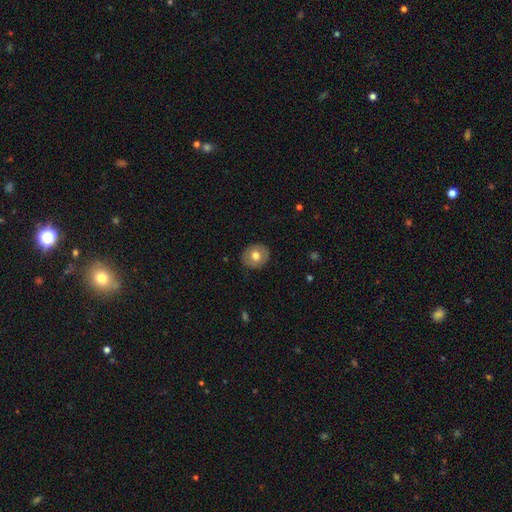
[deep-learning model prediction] Q: Smooth or featured?
A: smooth (69%); runner-up: featured or disk (24%)
Q: How rounded?
A: round (76%); runner-up: in between (23%)
Q: Merging?
A: none (89%); runner-up: minor disturbance (8%)